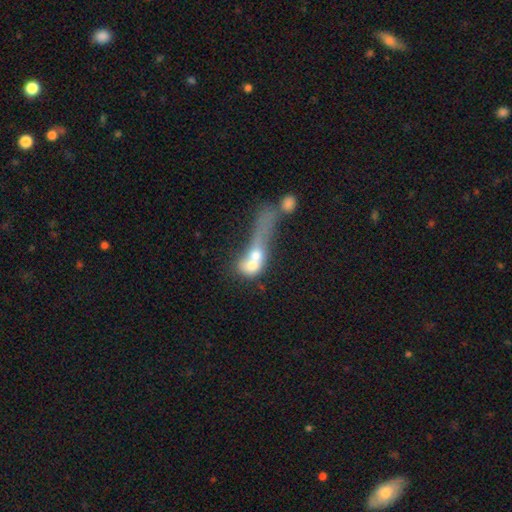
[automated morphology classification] This is possibly a smooth galaxy (58%). How rounded: possibly in between (48%). Merging: likely merger (69%).